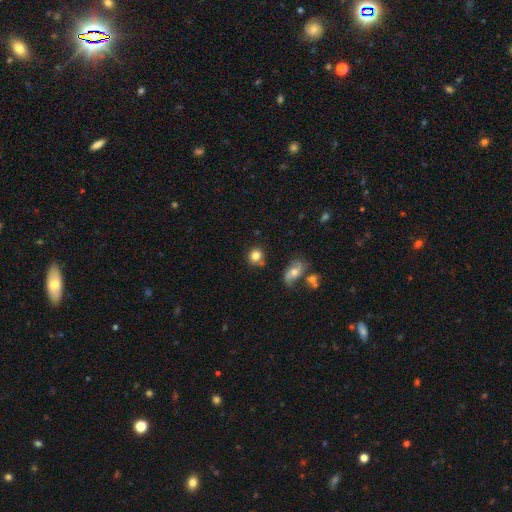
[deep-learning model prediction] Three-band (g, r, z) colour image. It shows a smooth galaxy with no disk features (80%) that is round (81%). Merging: none (73%).